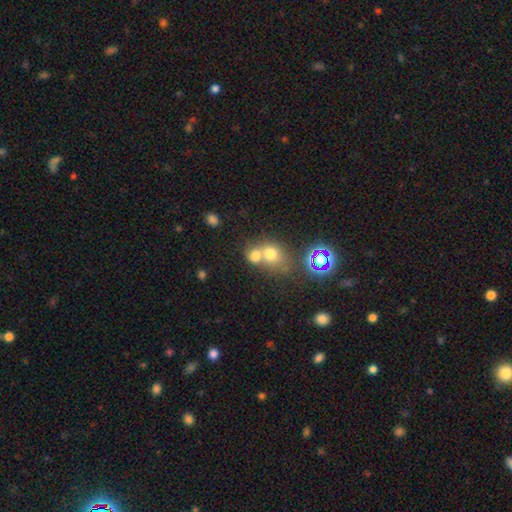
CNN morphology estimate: Smooth or featured? smooth (68%)
How rounded? round (67%)
Merging? merger (61%)